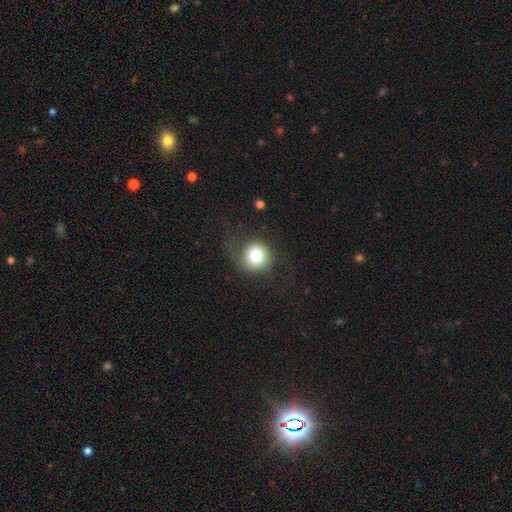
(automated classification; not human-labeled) Smooth or featured: smooth — 74% (featured or disk — 15%)
How rounded: round — 92% (in between — 7%)
Merging: none — 67% (minor disturbance — 17%)